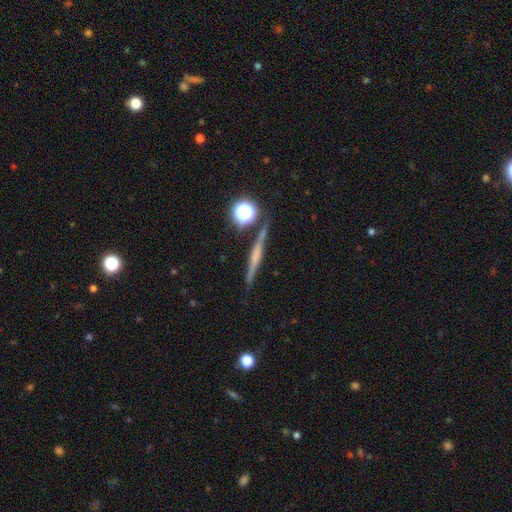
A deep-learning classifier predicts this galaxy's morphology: Smooth or featured?
  - featured or disk: 56% *
  - smooth: 32%
  - star or artifact: 12%
Edge-on disk?
  - yes: 95% *
  - no: 5%
Edge-on bulge?
  - none: 40% *
  - rounded: 36%
  - boxy: 24%
Merging?
  - none: 84% *
  - minor disturbance: 9%
  - merger: 4%
  - major disturbance: 3%